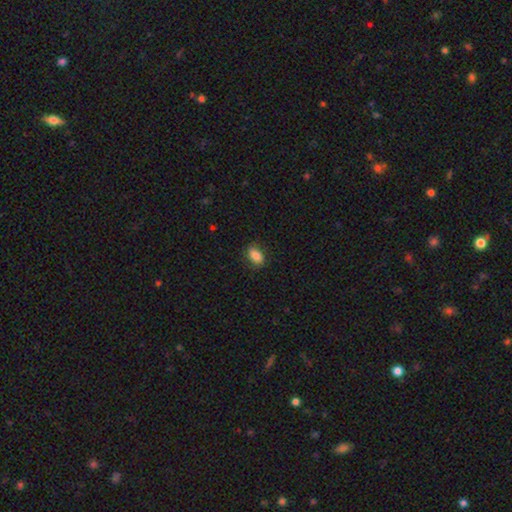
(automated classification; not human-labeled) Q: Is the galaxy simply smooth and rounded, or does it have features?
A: smooth — 82%.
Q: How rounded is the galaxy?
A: in between — 87%.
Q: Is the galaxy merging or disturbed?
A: none — 80%.